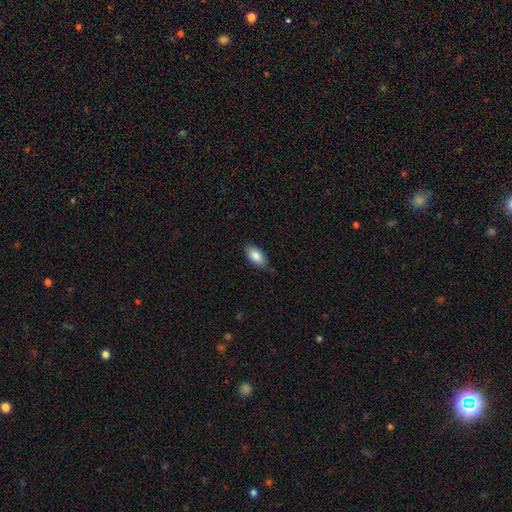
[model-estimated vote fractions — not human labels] Smooth or featured? Predicted: smooth (p=0.86). How rounded? Predicted: in between (p=0.92). Merging? Predicted: none (p=0.77).